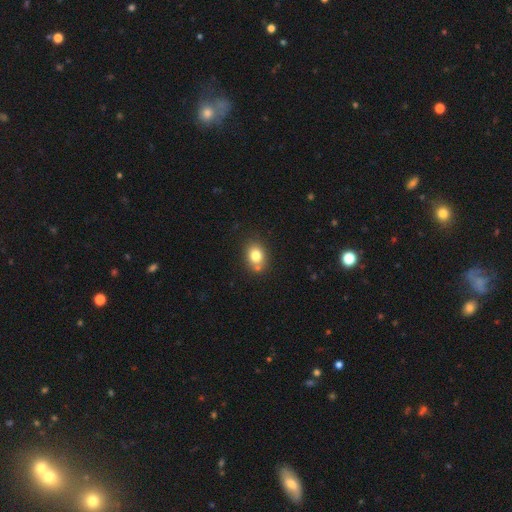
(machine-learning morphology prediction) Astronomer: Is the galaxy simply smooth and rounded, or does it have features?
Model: smooth — 79%.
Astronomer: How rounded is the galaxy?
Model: in between — 51% (runner-up: round, 48%).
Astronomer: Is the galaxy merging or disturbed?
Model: none — 72%.